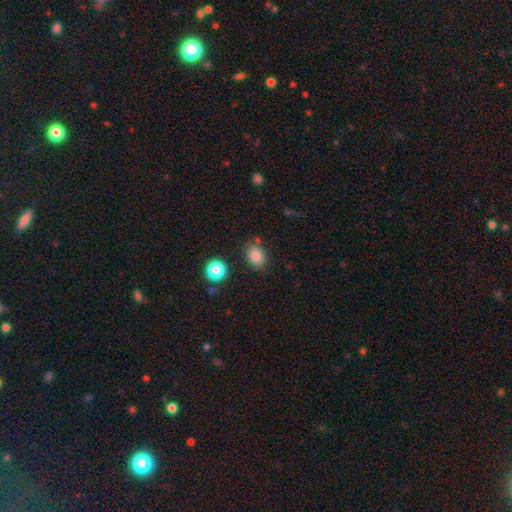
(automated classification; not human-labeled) Smooth or featured? smooth (84%)
How rounded? in between (62%)
Merging? none (79%)